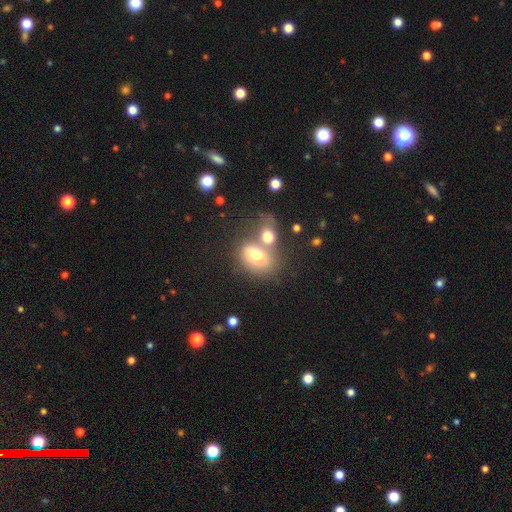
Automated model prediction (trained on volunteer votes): A smooth galaxy with no disk features (67%) that is in between round and cigar-shaped (75%).

Vote fractions:
- Smooth or featured? smooth: 67% / featured or disk: 23% / star or artifact: 10%
- How rounded? in between: 75% / round: 24% / cigar-shaped: 2%
- Merging? merger: 52% / none: 30% / minor disturbance: 11% / major disturbance: 7%